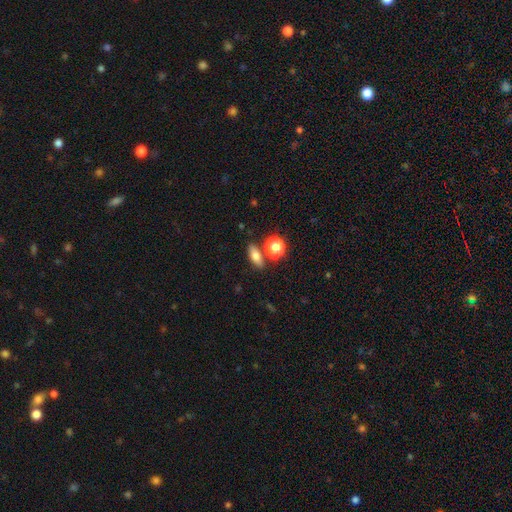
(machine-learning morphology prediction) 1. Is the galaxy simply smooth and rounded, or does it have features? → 75% smooth, 14% featured or disk, 11% star or artifact.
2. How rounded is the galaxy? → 66% in between, 17% round, 17% cigar-shaped.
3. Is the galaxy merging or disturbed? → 75% none, 12% merger, 10% minor disturbance, 3% major disturbance.